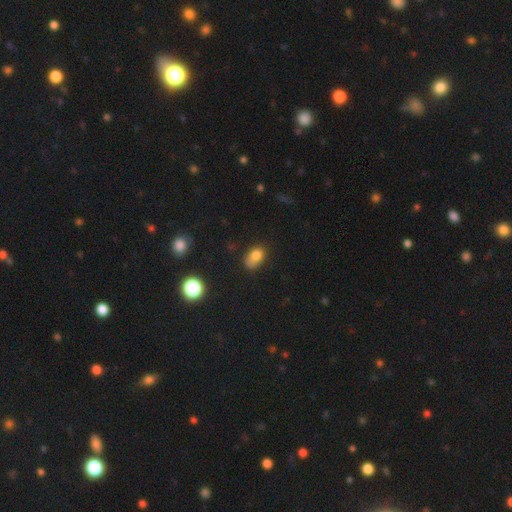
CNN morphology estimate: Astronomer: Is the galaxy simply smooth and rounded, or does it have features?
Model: smooth — 78%.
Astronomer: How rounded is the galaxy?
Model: in between — 80%.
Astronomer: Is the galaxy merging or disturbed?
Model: none — 48% (runner-up: minor disturbance, 32%).